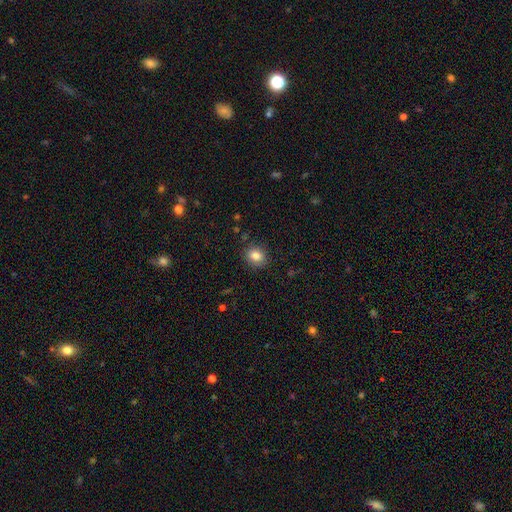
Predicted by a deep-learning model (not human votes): Smooth or featured: smooth — 83% (star or artifact — 10%)
How rounded: round — 60% (in between — 39%)
Merging: none — 88% (minor disturbance — 9%)